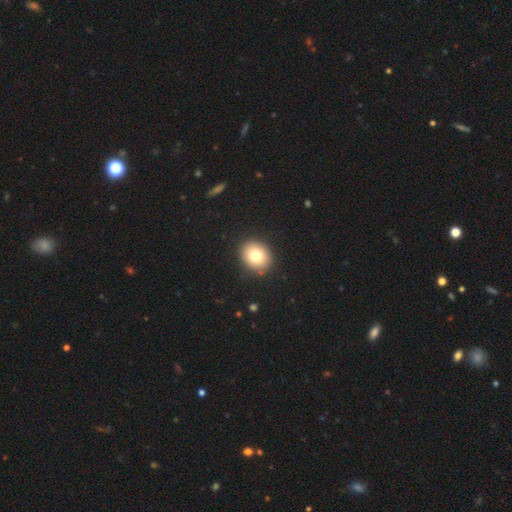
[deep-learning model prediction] smooth-or-featured: smooth: 77% | featured or disk: 13% | star or artifact: 10%
  how-rounded: round: 68% | in between: 31% | cigar-shaped: 1%
  merging: none: 90% | minor disturbance: 7% | major disturbance: 2% | merger: 1%